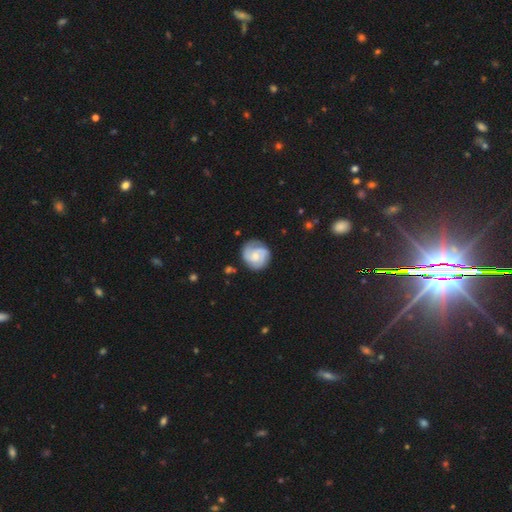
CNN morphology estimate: The model was most divided on "bulge size": small: 47%, moderate: 40%, none: 7%, large: 4%, dominant: 1%. More confident: edge-on disk — no (98%); spiral arms — yes (94%); merging — none (76%); smooth or featured — featured or disk (71%); bar — no (58%); spiral arm count — 2 (54%); spiral winding — tight (51%).